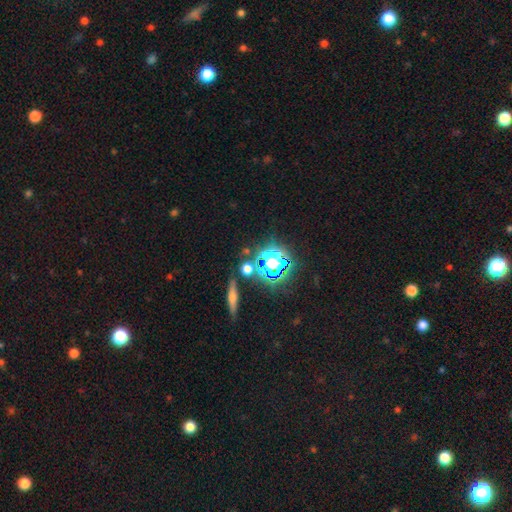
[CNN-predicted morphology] type=star or artifact (75%).